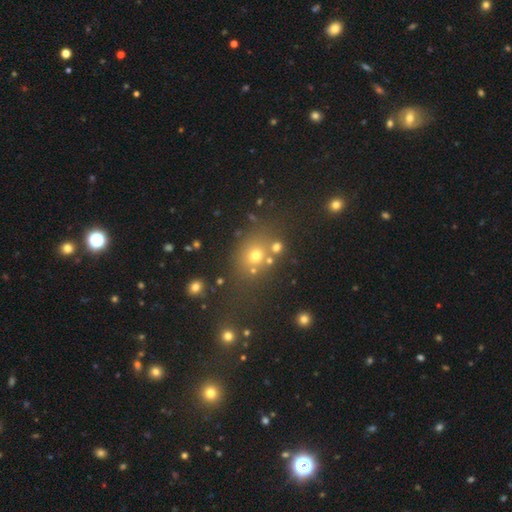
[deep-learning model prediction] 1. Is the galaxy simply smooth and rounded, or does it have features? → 61% smooth, 26% star or artifact, 12% featured or disk.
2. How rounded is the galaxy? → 68% round, 31% in between, 1% cigar-shaped.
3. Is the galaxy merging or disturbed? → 67% none, 16% merger, 12% minor disturbance, 6% major disturbance.